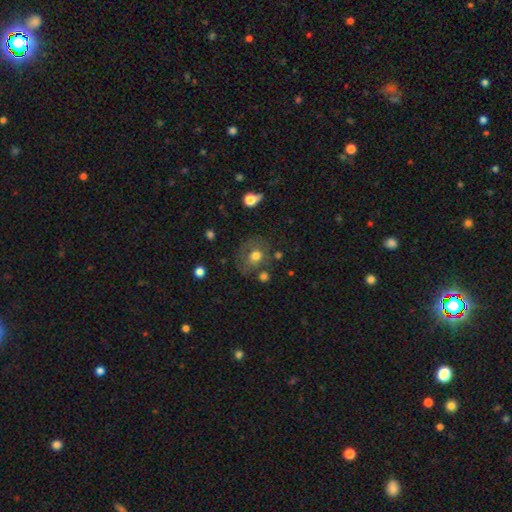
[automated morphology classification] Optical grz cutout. It shows a smooth galaxy with no disk features (65%) that is round (68%). Merging: none (61%).